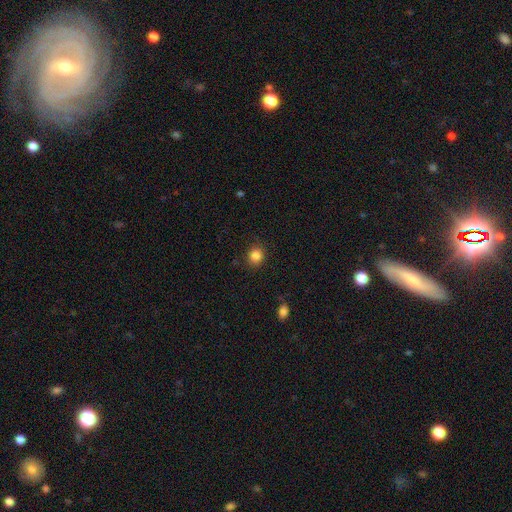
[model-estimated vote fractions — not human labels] This is clearly a smooth galaxy (85%). How rounded: clearly round (83%). Merging: clearly none (88%).